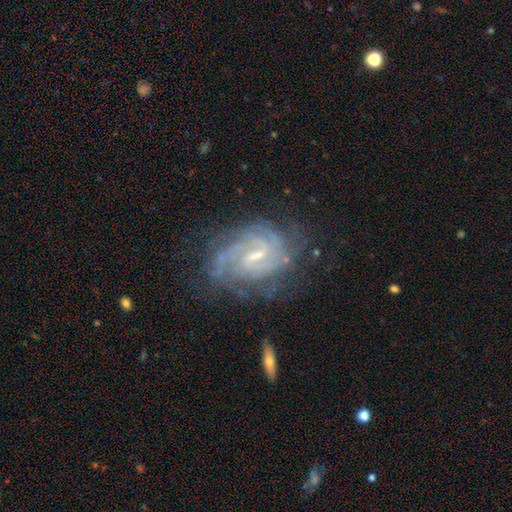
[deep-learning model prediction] Morphology: type=featured or disk (86%); edge-on=no (97%); bar=weak (58%); spiral arms=yes (96%); winding=tight (61%); arm count=can't tell (30%); bulge=small (57%); merging=none (65%).